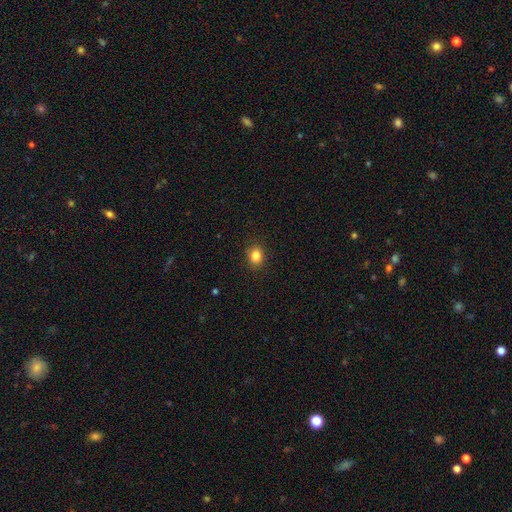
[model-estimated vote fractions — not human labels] Smooth or featured? Predicted: smooth (p=0.85). How rounded? Predicted: round (p=0.63). Merging? Predicted: none (p=0.89).